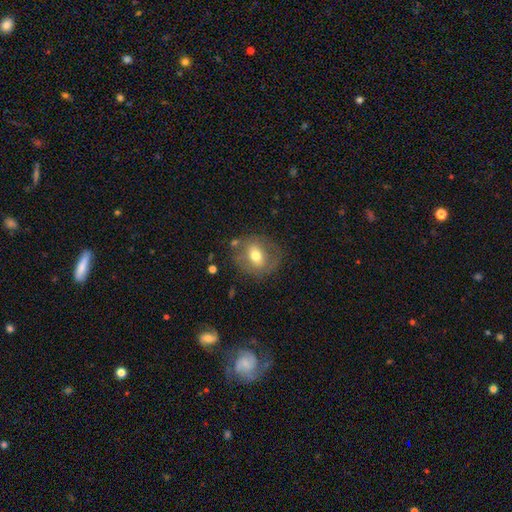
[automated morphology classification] smooth 53%, featured or disk 39%, star or artifact 9%. Down the decision tree: how rounded — round (66%); merging — none (70%).